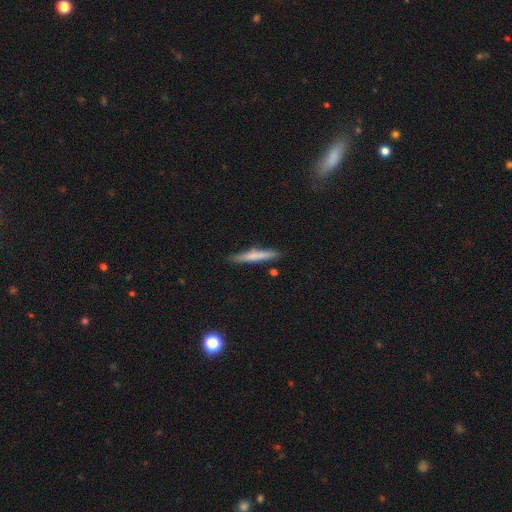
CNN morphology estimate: The model was most divided on "smooth or featured": smooth: 65%, featured or disk: 29%, star or artifact: 6%. More confident: how rounded — cigar-shaped (94%); merging — none (85%).